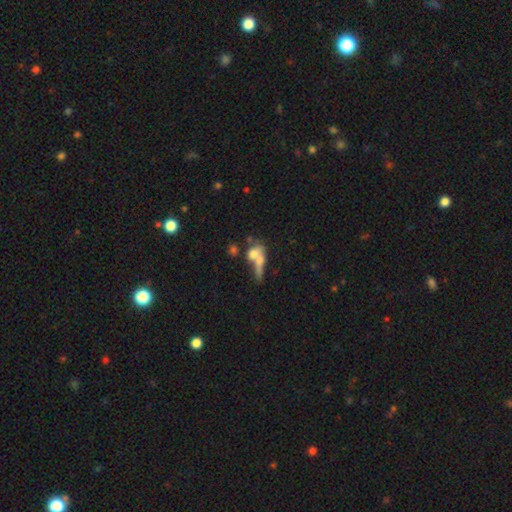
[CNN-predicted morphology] Q: Smooth or featured?
A: smooth (58%); runner-up: featured or disk (31%)
Q: How rounded?
A: in between (52%); runner-up: round (27%)
Q: Merging?
A: merger (53%); runner-up: none (22%)